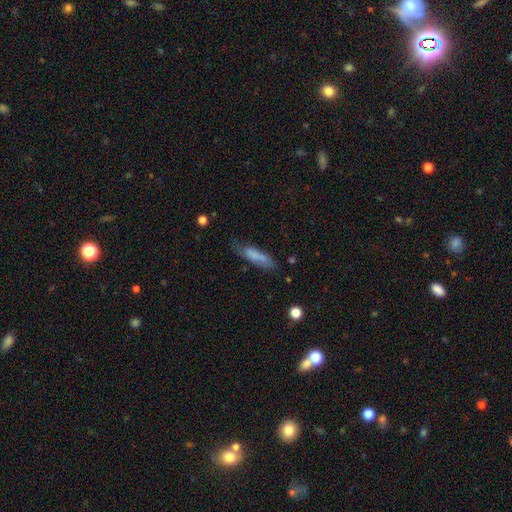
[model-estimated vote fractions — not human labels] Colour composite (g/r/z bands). It shows a smooth galaxy with no disk features (70%) that is cigar-shaped (59%). Merging: none (53%).